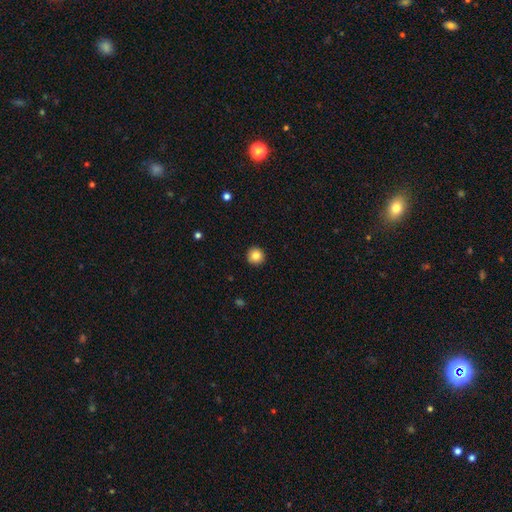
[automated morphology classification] smooth-or-featured: smooth: 84% | star or artifact: 10% | featured or disk: 6%
  how-rounded: round: 95% | in between: 4% | cigar-shaped: 1%
  merging: none: 92% | minor disturbance: 5% | major disturbance: 1% | merger: 1%